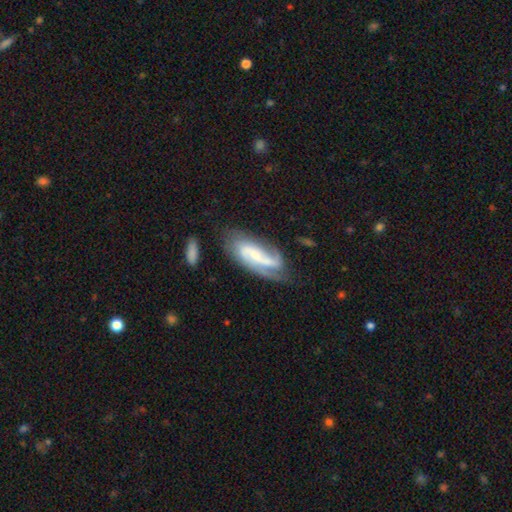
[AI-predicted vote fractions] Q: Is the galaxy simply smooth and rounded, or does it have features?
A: featured or disk — 78%.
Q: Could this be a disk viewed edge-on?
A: no — 92%.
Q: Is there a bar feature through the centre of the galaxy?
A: weak — 38%.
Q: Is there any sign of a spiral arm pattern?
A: yes — 93%.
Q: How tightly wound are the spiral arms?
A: medium — 42%.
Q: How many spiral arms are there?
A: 2 — 68%.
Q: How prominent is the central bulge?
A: small — 58%.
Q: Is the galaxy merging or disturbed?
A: none — 57%.